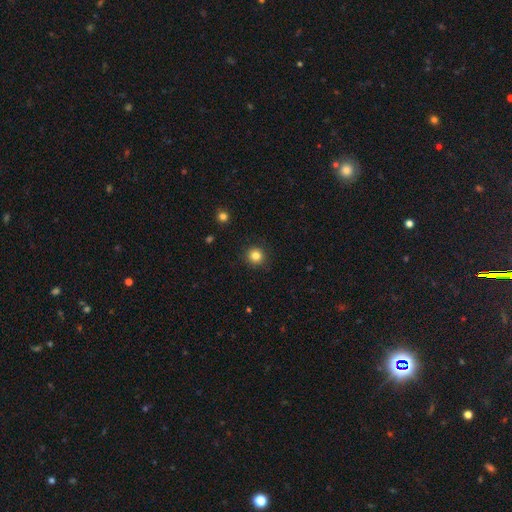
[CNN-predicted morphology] Overall: smooth (83%). How rounded: round (94%). Merging: none (91%).